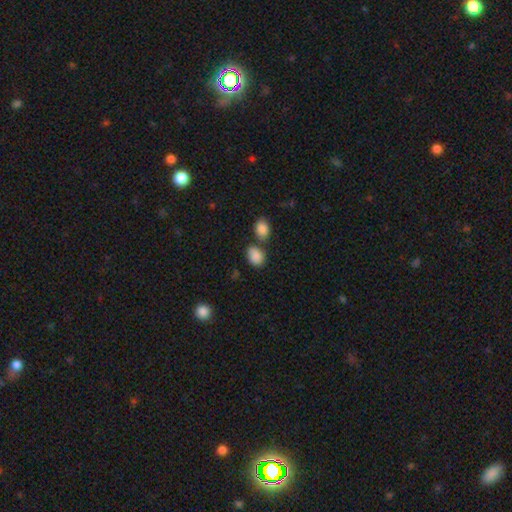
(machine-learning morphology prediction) Smooth or featured? Predicted: smooth (p=0.87). How rounded? Predicted: in between (p=0.69). Merging? Predicted: none (p=0.58).